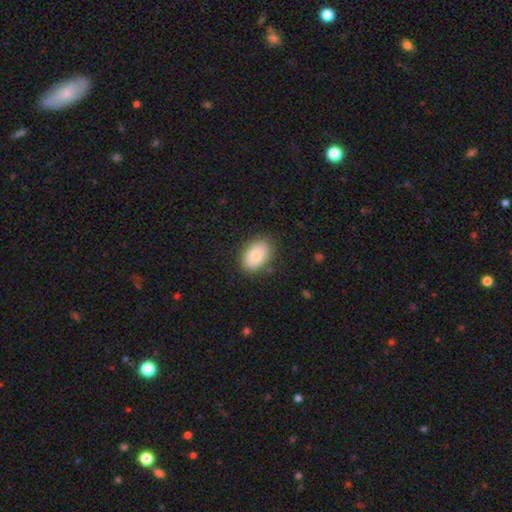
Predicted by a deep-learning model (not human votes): smooth-or-featured: smooth: 81% | featured or disk: 12% | star or artifact: 7%
  how-rounded: in between: 85% | round: 14% | cigar-shaped: 1%
  merging: none: 84% | minor disturbance: 12% | major disturbance: 3% | merger: 1%